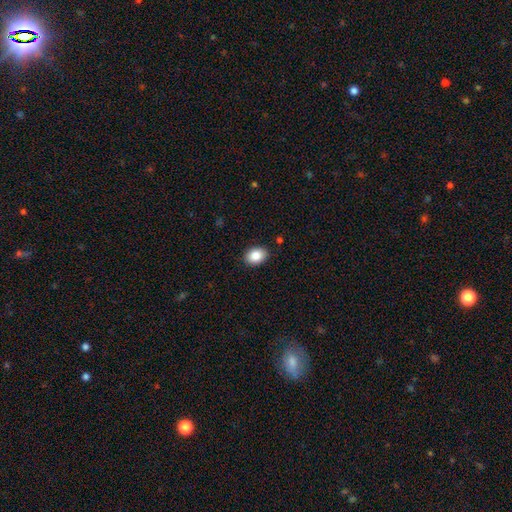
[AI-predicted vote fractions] Overall: smooth (86%). How rounded: in between (71%). Merging: none (88%).